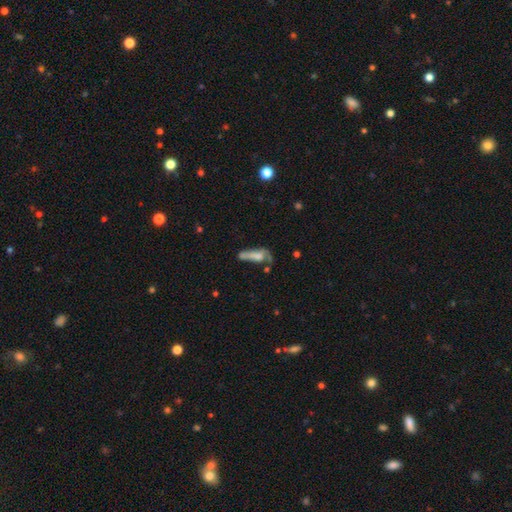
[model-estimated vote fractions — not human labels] Q: Smooth or featured?
A: smooth (54%); runner-up: featured or disk (35%)
Q: How rounded?
A: in between (50%); runner-up: cigar-shaped (47%)
Q: Merging?
A: major disturbance (33%); runner-up: none (24%)